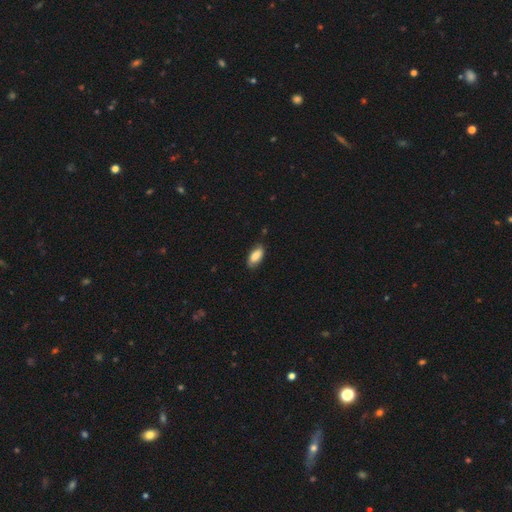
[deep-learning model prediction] A smooth galaxy with no disk features (83%) that is in between round and cigar-shaped (89%). Merging: none (80%).